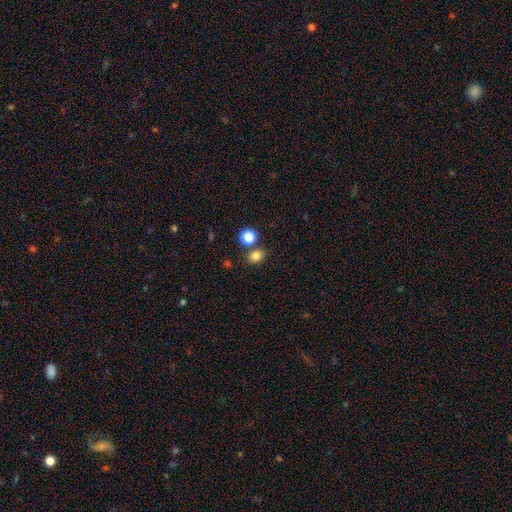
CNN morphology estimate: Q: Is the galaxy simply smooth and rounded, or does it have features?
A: smooth — 81%.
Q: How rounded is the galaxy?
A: round — 60%.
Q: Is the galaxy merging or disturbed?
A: none — 71%.